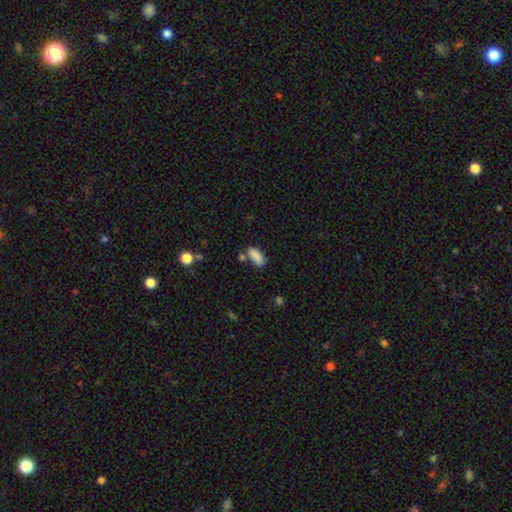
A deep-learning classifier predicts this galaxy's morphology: A smooth galaxy with no disk features (86%) that is in between round and cigar-shaped (89%).

Vote fractions:
- Smooth or featured? smooth: 86% / star or artifact: 8% / featured or disk: 6%
- How rounded? in between: 89% / cigar-shaped: 8% / round: 3%
- Merging? none: 60% / minor disturbance: 19% / merger: 16% / major disturbance: 5%